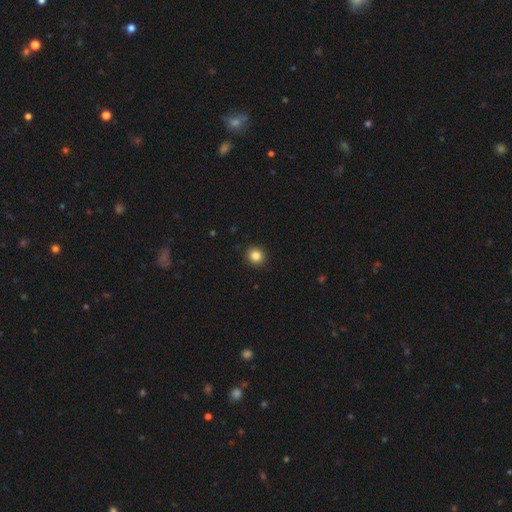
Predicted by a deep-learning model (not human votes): A smooth galaxy with no disk features (85%) that is round (92%). Merging: none (93%).